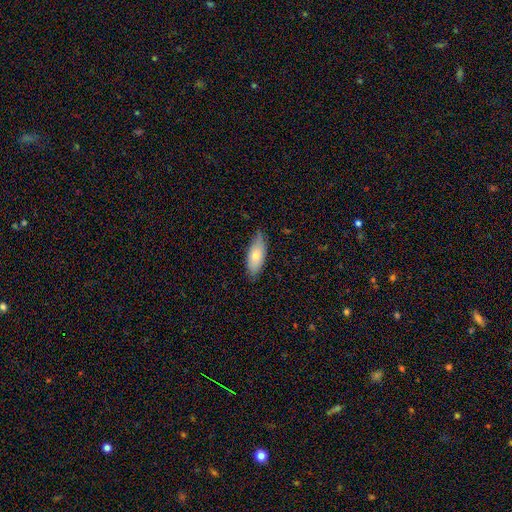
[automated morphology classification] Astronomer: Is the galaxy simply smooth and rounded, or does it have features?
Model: smooth — 67%.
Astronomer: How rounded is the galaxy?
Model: in between — 77%.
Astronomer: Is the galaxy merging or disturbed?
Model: none — 76%.